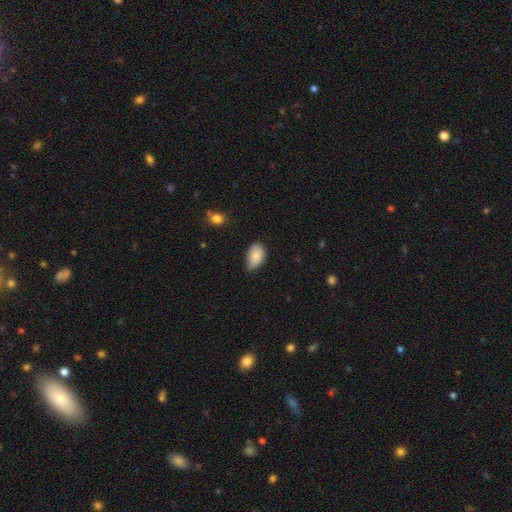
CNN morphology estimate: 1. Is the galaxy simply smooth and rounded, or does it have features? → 85% smooth, 7% featured or disk, 7% star or artifact.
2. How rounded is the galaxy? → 90% in between, 9% round, 1% cigar-shaped.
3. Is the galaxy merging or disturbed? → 49% none, 43% minor disturbance, 7% major disturbance, 2% merger.